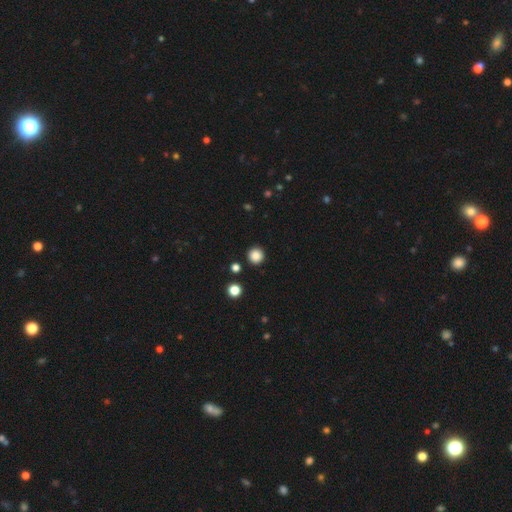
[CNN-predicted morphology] Smooth or featured? smooth (86%)
How rounded? round (95%)
Merging? none (92%)